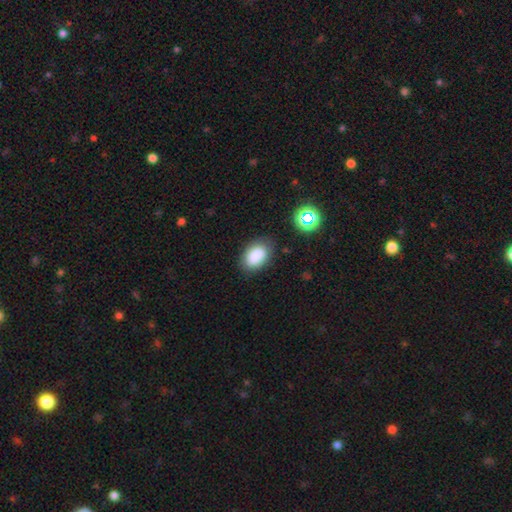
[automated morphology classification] Smooth or featured?
  - smooth: 84% *
  - star or artifact: 10%
  - featured or disk: 6%
How rounded?
  - in between: 88% *
  - round: 11%
  - cigar-shaped: 1%
Merging?
  - none: 79% *
  - minor disturbance: 14%
  - major disturbance: 4%
  - merger: 3%